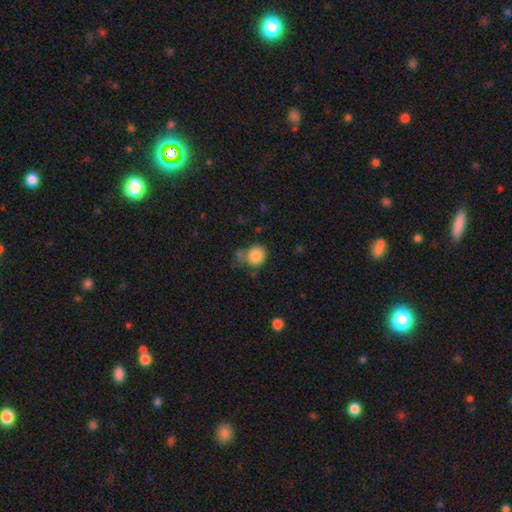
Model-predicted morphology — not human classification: Overall: smooth (85%). How rounded: round (77%). Merging: none (63%).